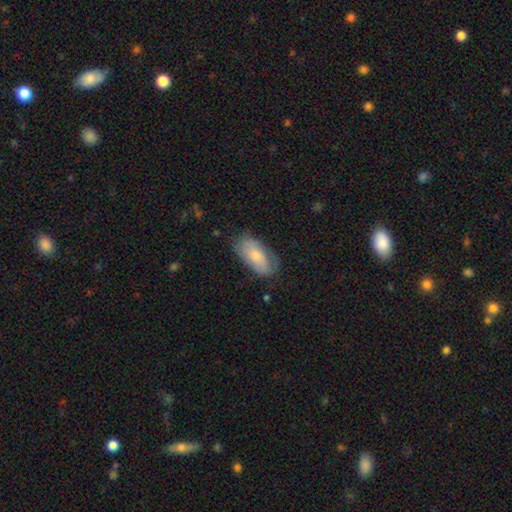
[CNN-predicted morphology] A smooth galaxy with no disk features (67%) that is in between round and cigar-shaped (91%).

Vote fractions:
- Smooth or featured? smooth: 67% / featured or disk: 27% / star or artifact: 6%
- How rounded? in between: 91% / cigar-shaped: 6% / round: 3%
- Merging? none: 66% / minor disturbance: 25% / major disturbance: 7% / merger: 1%